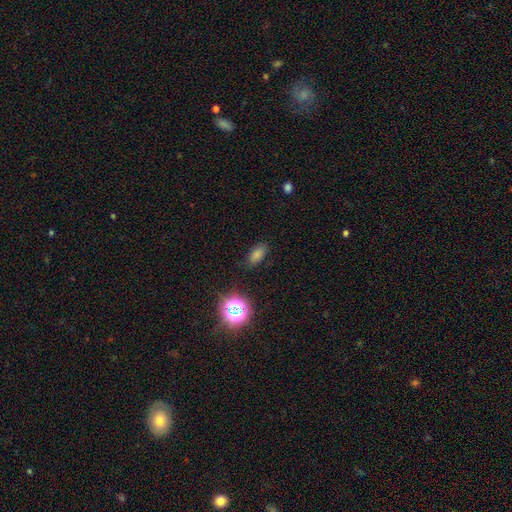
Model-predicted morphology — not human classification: The model was most divided on "smooth or featured": smooth: 71%, star or artifact: 21%, featured or disk: 8%. More confident: how rounded — in between (86%); merging — none (84%).